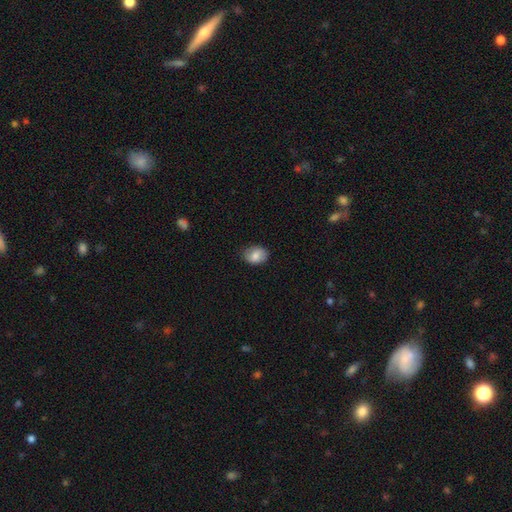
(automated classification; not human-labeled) Morphology: type=smooth (82%); roundness=in between (69%); merging=none (81%).